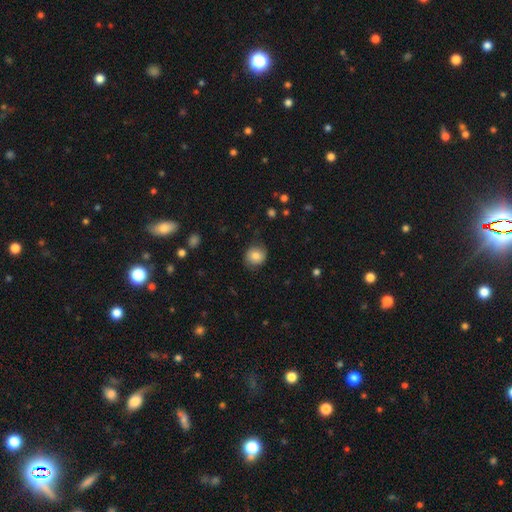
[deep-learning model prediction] Q: Smooth or featured?
A: smooth (76%); runner-up: featured or disk (15%)
Q: How rounded?
A: round (79%); runner-up: in between (20%)
Q: Merging?
A: none (75%); runner-up: minor disturbance (18%)